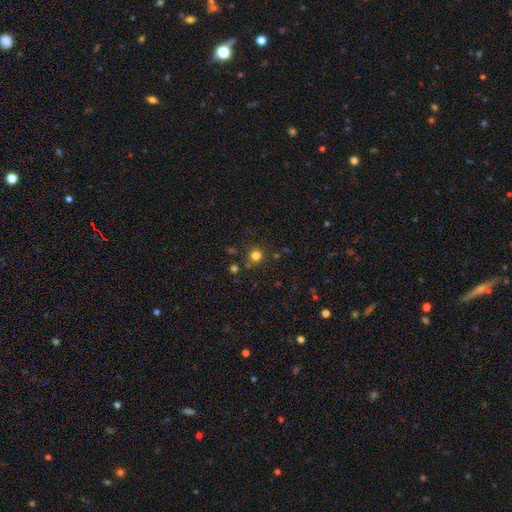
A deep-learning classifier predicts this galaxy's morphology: The model was most divided on "smooth or featured": smooth: 79%, star or artifact: 16%, featured or disk: 5%. More confident: how rounded — round (94%); merging — none (84%).